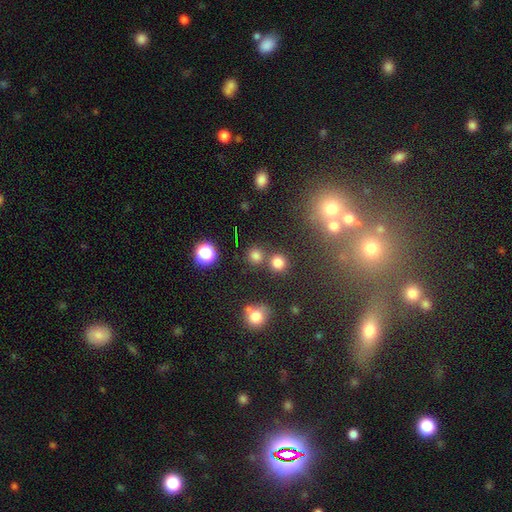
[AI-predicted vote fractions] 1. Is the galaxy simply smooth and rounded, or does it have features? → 72% smooth, 21% star or artifact, 6% featured or disk.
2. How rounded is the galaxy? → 91% round, 8% in between, 1% cigar-shaped.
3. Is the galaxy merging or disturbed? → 73% none, 17% merger, 7% minor disturbance, 3% major disturbance.